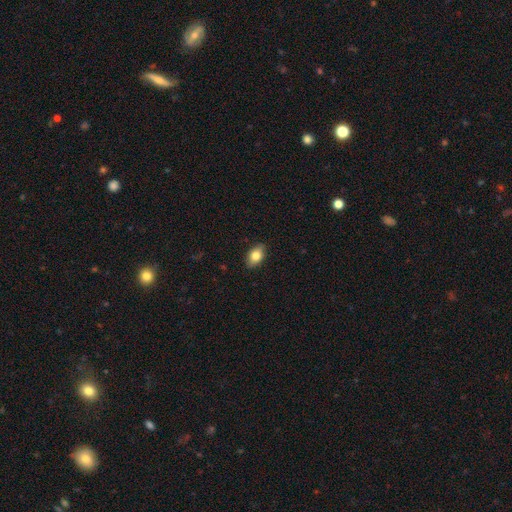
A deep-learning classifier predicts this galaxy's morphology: This is clearly a smooth galaxy (80%). How rounded: clearly in between (88%). Merging: clearly none (87%).